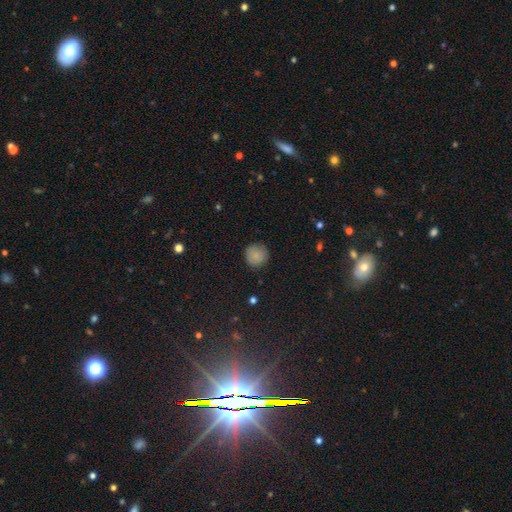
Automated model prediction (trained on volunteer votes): Smooth or featured? Predicted: smooth (p=0.83). How rounded? Predicted: round (p=0.94). Merging? Predicted: none (p=0.86).